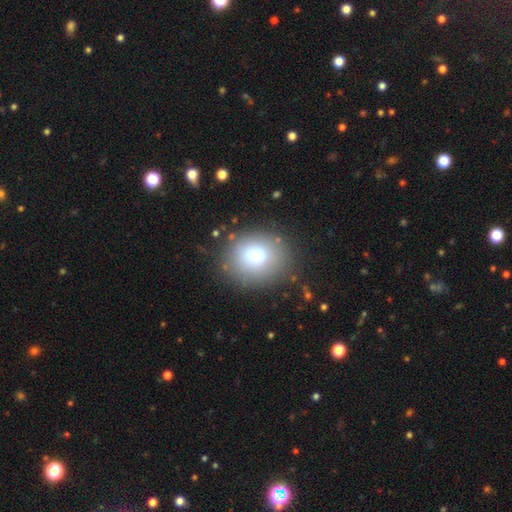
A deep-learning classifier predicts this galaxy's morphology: smooth-or-featured: smooth: 76% | star or artifact: 12% | featured or disk: 12%
  how-rounded: round: 77% | in between: 22% | cigar-shaped: 1%
  merging: none: 81% | minor disturbance: 11% | major disturbance: 5% | merger: 3%